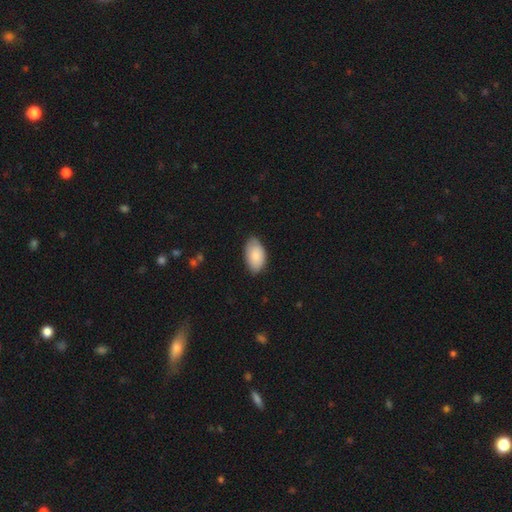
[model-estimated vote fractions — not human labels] A smooth galaxy with no disk features (82%) that is in between round and cigar-shaped (94%). Merging: none (77%).